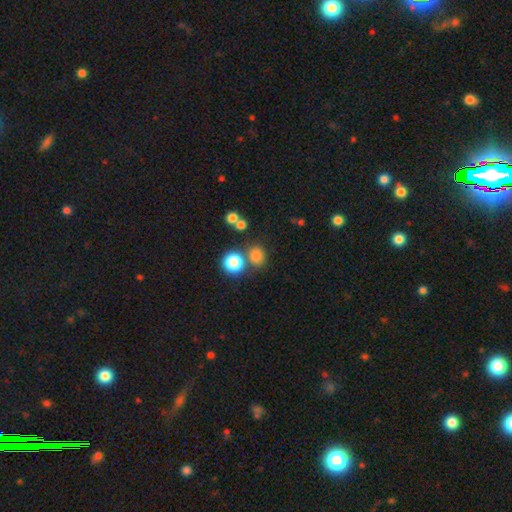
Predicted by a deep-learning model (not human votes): Smooth or featured? smooth (76%)
How rounded? round (80%)
Merging? none (67%)